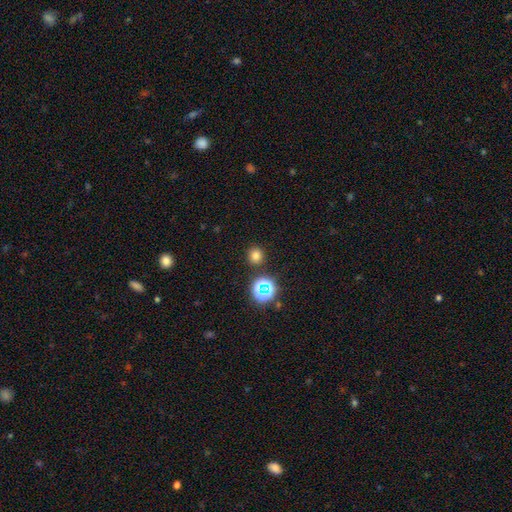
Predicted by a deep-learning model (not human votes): smooth_or_featured: smooth (p=0.73) [alt: star or artifact p=0.21]
how_rounded: round (p=0.89) [alt: in between p=0.10]
merging: none (p=0.88) [alt: minor disturbance p=0.06]